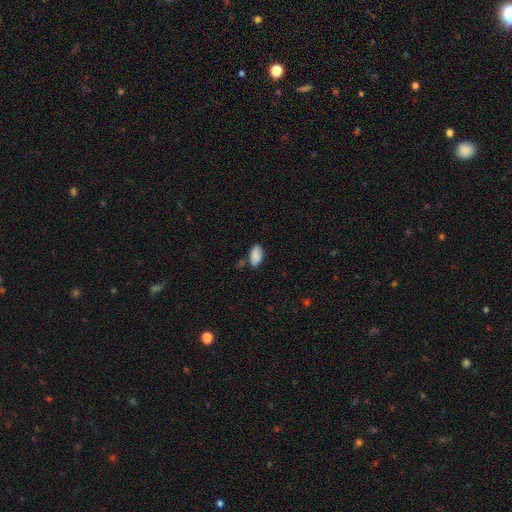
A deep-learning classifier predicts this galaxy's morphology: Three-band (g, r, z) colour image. It shows a smooth galaxy with no disk features (87%) that is in between round and cigar-shaped (94%). Merging: none (66%).